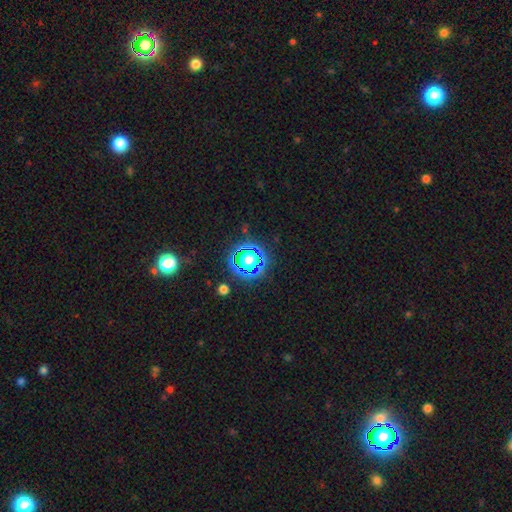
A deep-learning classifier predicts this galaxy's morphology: This is likely a star or artifact rather than a galaxy (79%).